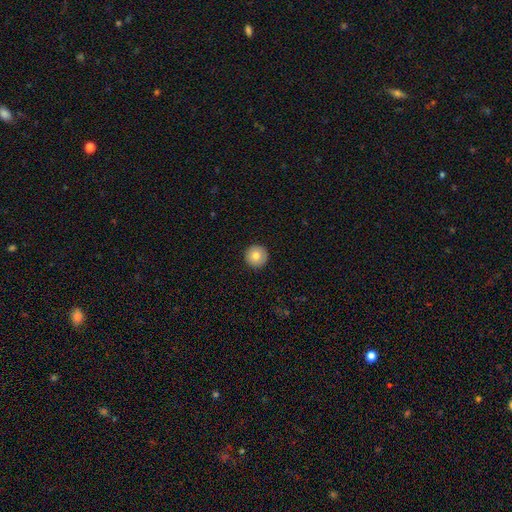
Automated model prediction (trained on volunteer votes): smooth 81%, featured or disk 10%, star or artifact 8%. Down the decision tree: how rounded — round (97%); merging — none (93%).